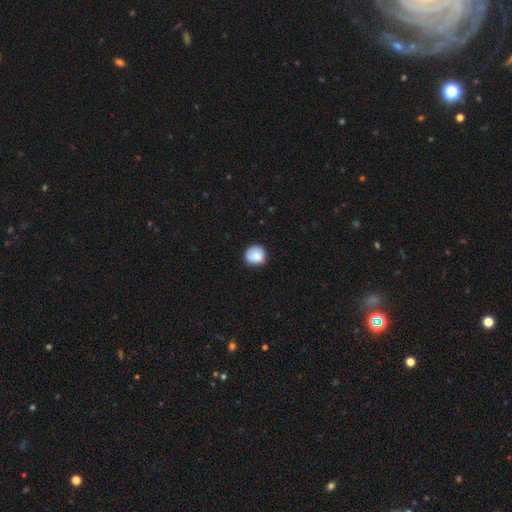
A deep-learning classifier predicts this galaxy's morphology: Smooth or featured: smooth — 84% (featured or disk — 8%)
How rounded: round — 89% (in between — 10%)
Merging: none — 76% (minor disturbance — 19%)